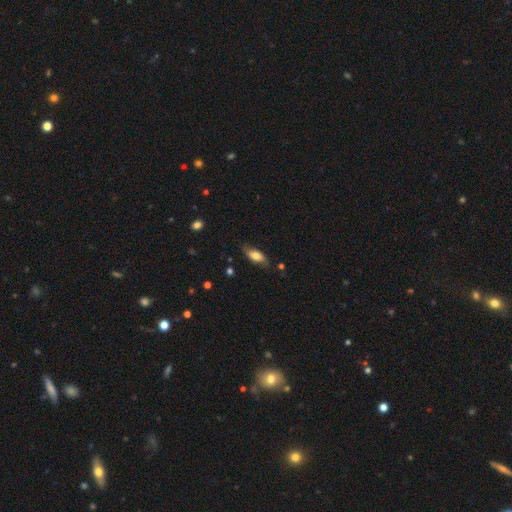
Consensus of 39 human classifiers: Smooth or featured: smooth — 59% (featured or disk — 31%)
How rounded: in between — 83% (cigar-shaped — 13%)
Merging: none — 86% (major disturbance — 9%)